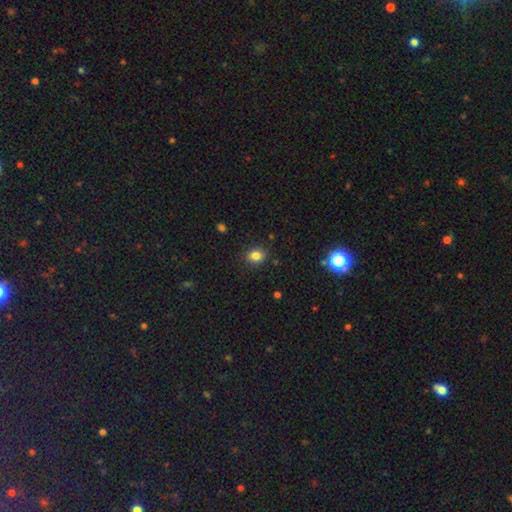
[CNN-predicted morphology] This appears to be a smooth galaxy with no disk features (82%) that is round (53%). Merging: none (87%).